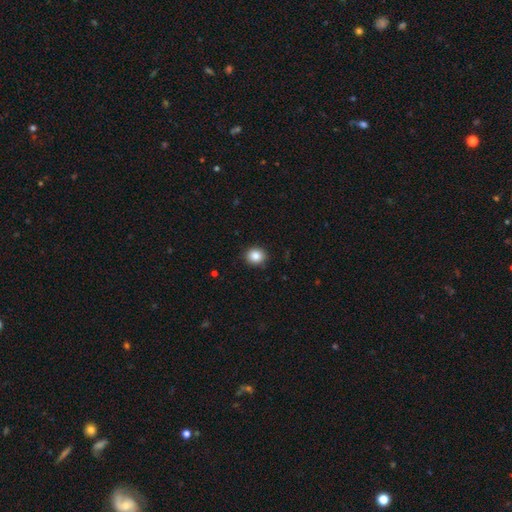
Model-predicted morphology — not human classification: Smooth or featured? Predicted: smooth (p=0.85). How rounded? Predicted: round (p=0.81). Merging? Predicted: none (p=0.89).